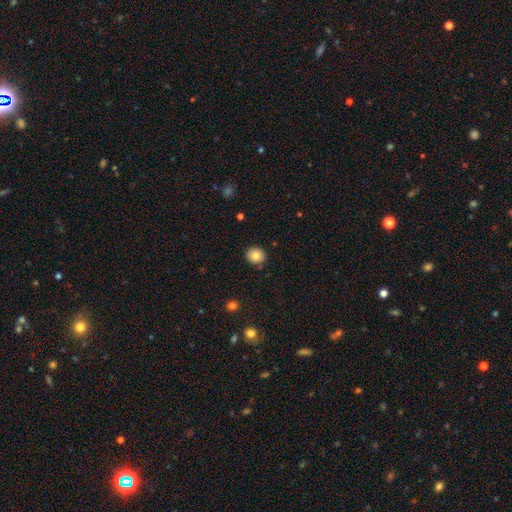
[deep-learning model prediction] Morphology: type=smooth (84%); roundness=round (83%); merging=none (88%).